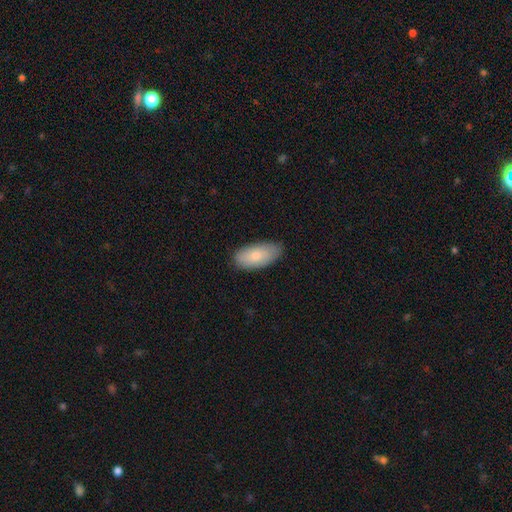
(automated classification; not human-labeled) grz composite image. It shows a smooth galaxy with no disk features (80%) that is in between round and cigar-shaped (94%). Merging: none (81%).